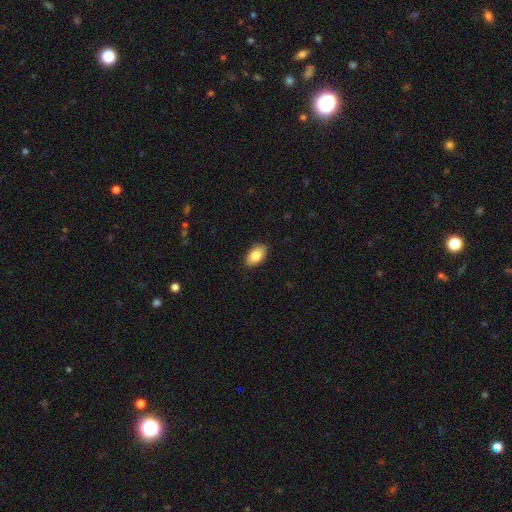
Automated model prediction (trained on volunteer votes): Smooth or featured?
  - smooth: 84% *
  - featured or disk: 9%
  - star or artifact: 7%
How rounded?
  - in between: 92% *
  - round: 6%
  - cigar-shaped: 2%
Merging?
  - none: 88% *
  - minor disturbance: 9%
  - major disturbance: 2%
  - merger: 1%